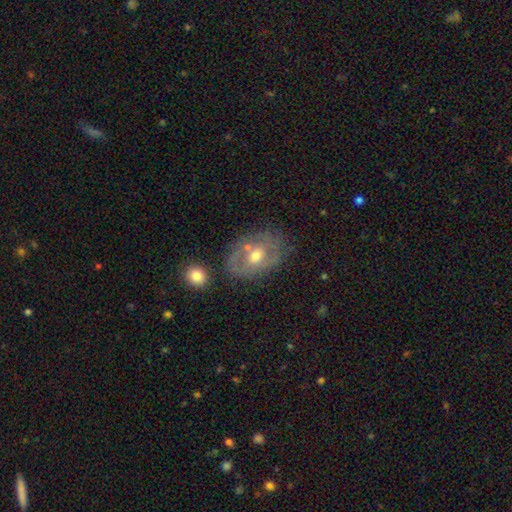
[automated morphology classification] Smooth or featured? featured or disk (67%)
Edge-on disk? no (95%)
Bar? no (59%)
Spiral arms? yes (64%)
Bulge size? moderate (67%)
Merging? none (62%)